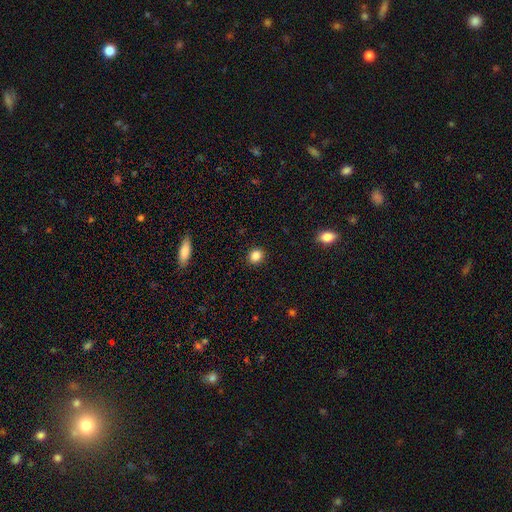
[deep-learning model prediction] Smooth or featured? Predicted: smooth (p=0.84). How rounded? Predicted: round (p=0.79). Merging? Predicted: none (p=0.91).